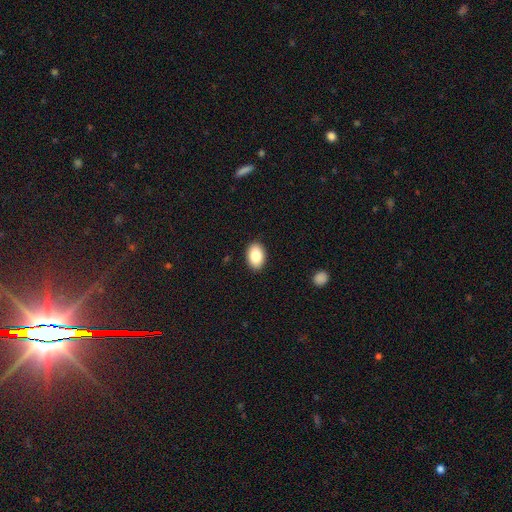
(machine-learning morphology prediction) This appears to be a smooth galaxy with no disk features (85%) that is in between round and cigar-shaped (88%). Merging: none (90%).